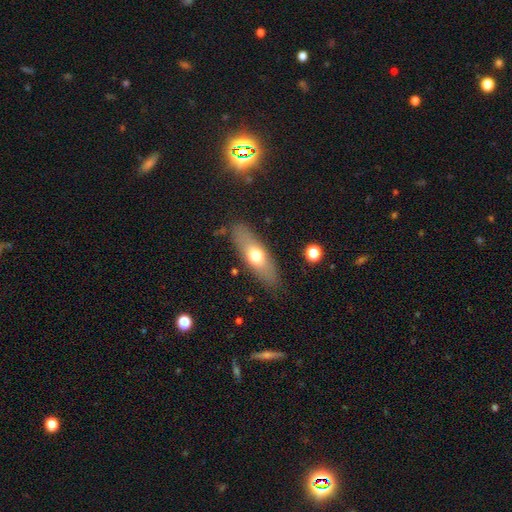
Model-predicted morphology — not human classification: A smooth galaxy with no disk features (61%) that is in between round and cigar-shaped (55%). Merging: none (84%).